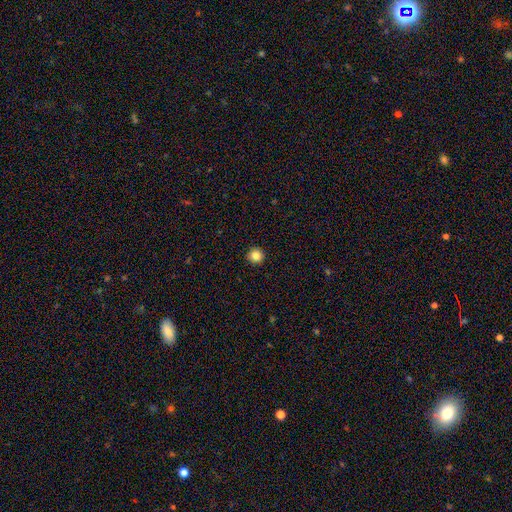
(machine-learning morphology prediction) Smooth or featured: smooth — 85% (star or artifact — 11%)
How rounded: round — 95% (in between — 4%)
Merging: none — 93% (minor disturbance — 4%)